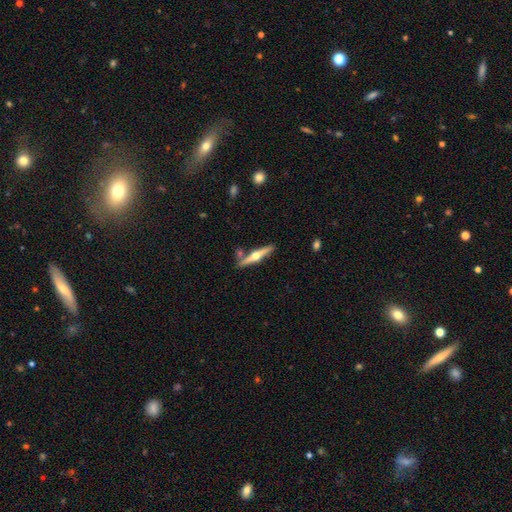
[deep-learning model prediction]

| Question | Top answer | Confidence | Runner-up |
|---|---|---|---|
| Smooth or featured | featured or disk | 72% | smooth (23%) |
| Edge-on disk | yes | 97% | no (3%) |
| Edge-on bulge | rounded | 96% | none (2%) |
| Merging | none | 82% | minor disturbance (9%) |